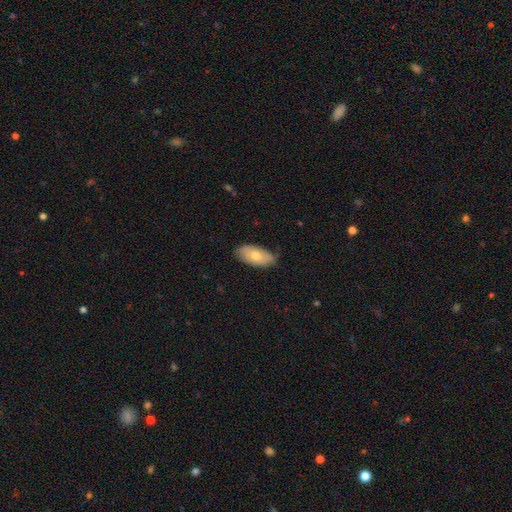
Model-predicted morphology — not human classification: This is likely a smooth galaxy (72%). How rounded: clearly in between (93%). Merging: likely none (75%).